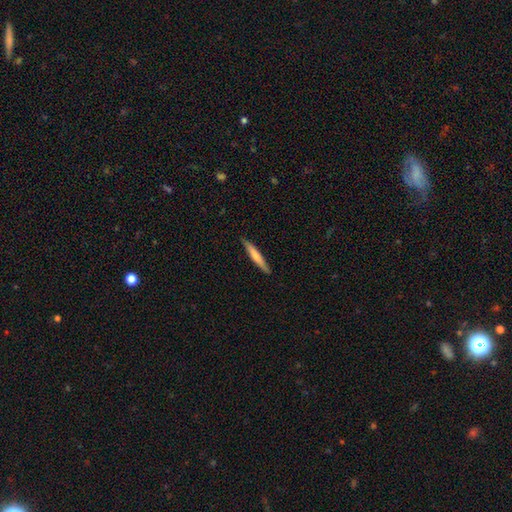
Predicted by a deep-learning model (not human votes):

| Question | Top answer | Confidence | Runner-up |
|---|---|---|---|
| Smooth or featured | smooth | 65% | featured or disk (30%) |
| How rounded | cigar-shaped | 94% | in between (5%) |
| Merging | none | 89% | minor disturbance (8%) |